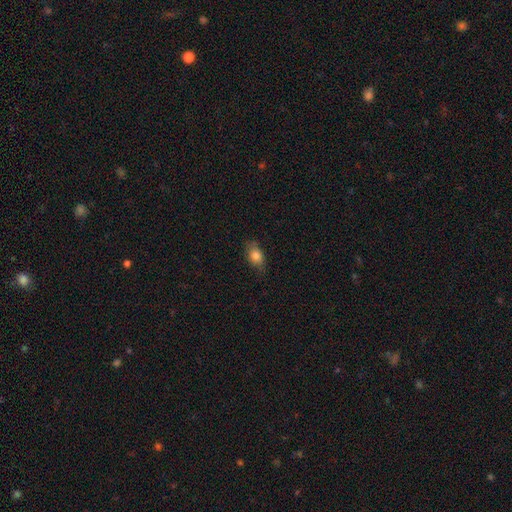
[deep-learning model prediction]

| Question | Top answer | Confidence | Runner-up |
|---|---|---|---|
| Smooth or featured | smooth | 80% | featured or disk (11%) |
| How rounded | in between | 79% | round (17%) |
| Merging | none | 72% | minor disturbance (22%) |